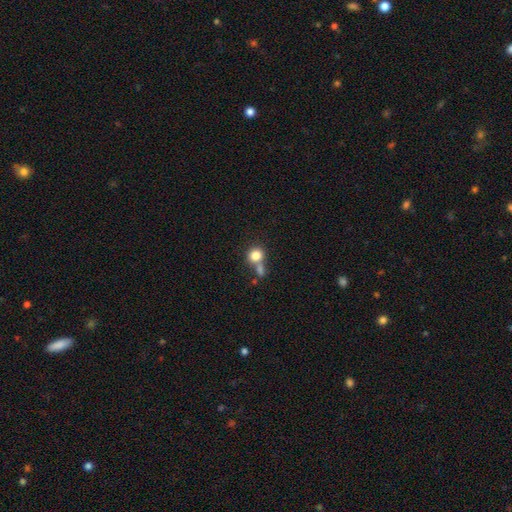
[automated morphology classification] The model was most divided on "merging": none: 46%, merger: 38%, minor disturbance: 11%, major disturbance: 5%. More confident: smooth or featured — smooth (81%); how rounded — round (77%).